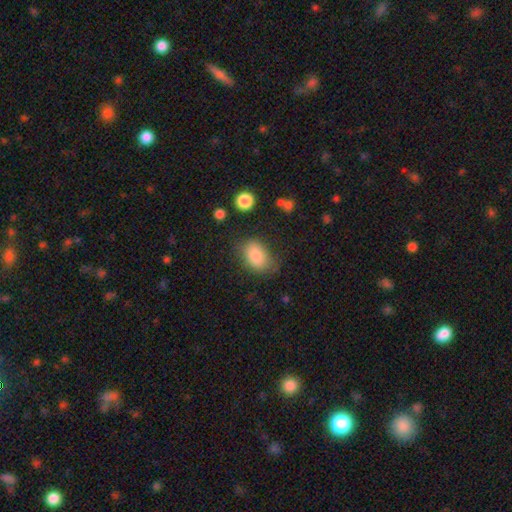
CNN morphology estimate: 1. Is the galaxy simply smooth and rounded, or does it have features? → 83% smooth, 9% featured or disk, 9% star or artifact.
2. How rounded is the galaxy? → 86% in between, 13% round, 1% cigar-shaped.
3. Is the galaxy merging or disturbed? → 70% none, 21% minor disturbance, 7% major disturbance, 2% merger.